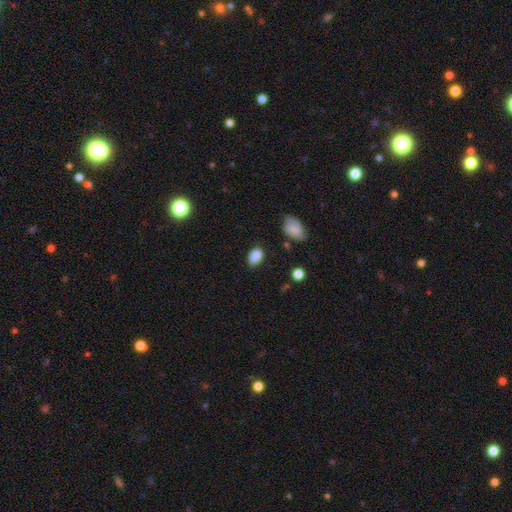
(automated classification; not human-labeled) Smooth or featured? Predicted: smooth (p=0.85). How rounded? Predicted: in between (p=0.84). Merging? Predicted: none (p=0.73).